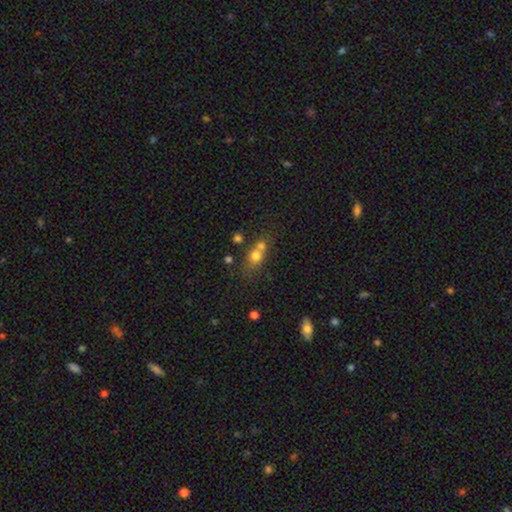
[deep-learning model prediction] Smooth or featured? Predicted: smooth (p=0.70). How rounded? Predicted: round (p=0.60). Merging? Predicted: merger (p=0.53).